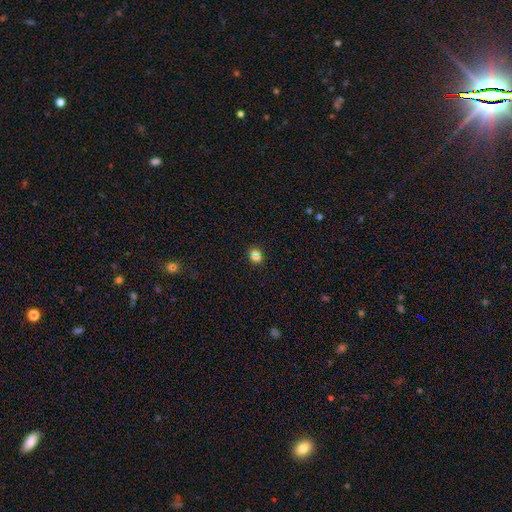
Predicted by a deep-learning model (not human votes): Smooth or featured?
  - smooth: 76% *
  - star or artifact: 16%
  - featured or disk: 9%
How rounded?
  - round: 68% *
  - in between: 30%
  - cigar-shaped: 1%
Merging?
  - none: 65% *
  - merger: 20%
  - minor disturbance: 11%
  - major disturbance: 3%